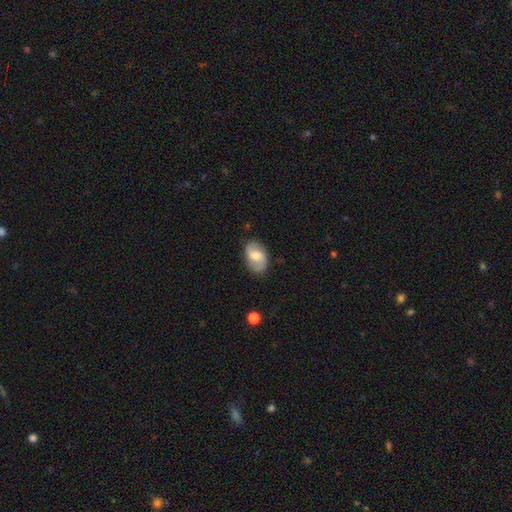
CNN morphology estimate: A featured or disk galaxy (53%) with a weak bar (46%), spiral arms (87%) and a moderate central bulge (60%). Merging: none (80%).